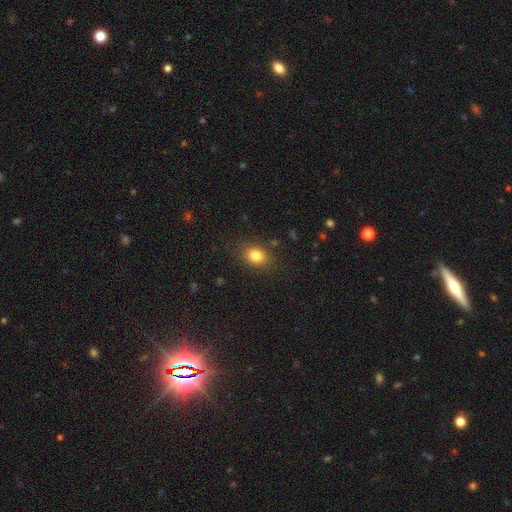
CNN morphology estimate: Smooth or featured: smooth — 82% (star or artifact — 11%)
How rounded: in between — 64% (round — 35%)
Merging: none — 84% (minor disturbance — 11%)